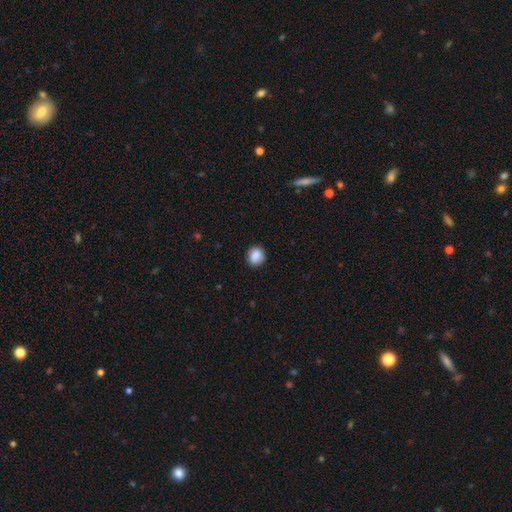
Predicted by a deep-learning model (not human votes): smooth-or-featured: smooth: 86% | star or artifact: 8% | featured or disk: 5%
  how-rounded: round: 70% | in between: 29% | cigar-shaped: 1%
  merging: none: 85% | minor disturbance: 11% | major disturbance: 2% | merger: 1%